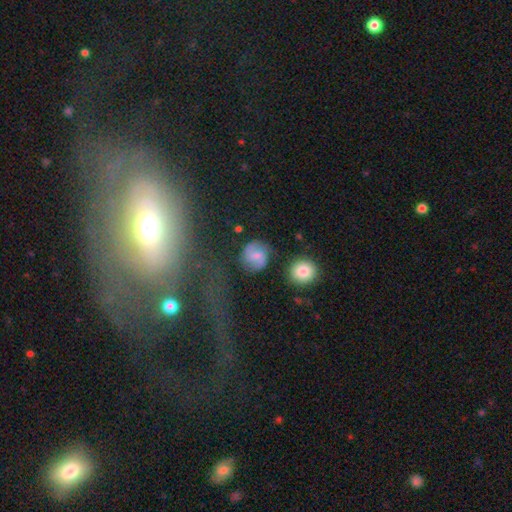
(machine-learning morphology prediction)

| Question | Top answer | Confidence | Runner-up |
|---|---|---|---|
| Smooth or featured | featured or disk | 54% | smooth (37%) |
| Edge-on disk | no | 98% | yes (2%) |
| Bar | weak | 50% | no (38%) |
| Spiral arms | yes | 90% | no (10%) |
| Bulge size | small | 39% | moderate (30%) |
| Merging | none | 74% | minor disturbance (15%) |